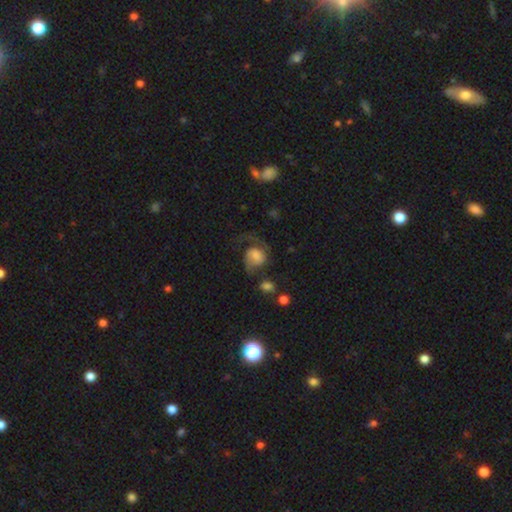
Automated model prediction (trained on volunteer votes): Overall: featured or disk (59%; smooth 32%). Edge-on disk: no (98%). Bar: no (61%; weak 32%). Spiral arms: yes (88%). Spiral arm count: 2 (52%; 1 39%). Spiral winding: loose (48%; medium 39%). Bulge size: large (32%; moderate 25%). Merging: major disturbance (39%; none 35%).